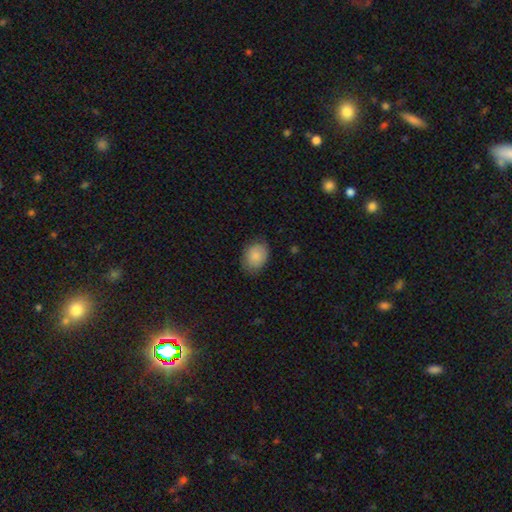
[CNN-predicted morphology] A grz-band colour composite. It shows a smooth galaxy with no disk features (87%) that is in between round and cigar-shaped (64%). Merging: none (78%).